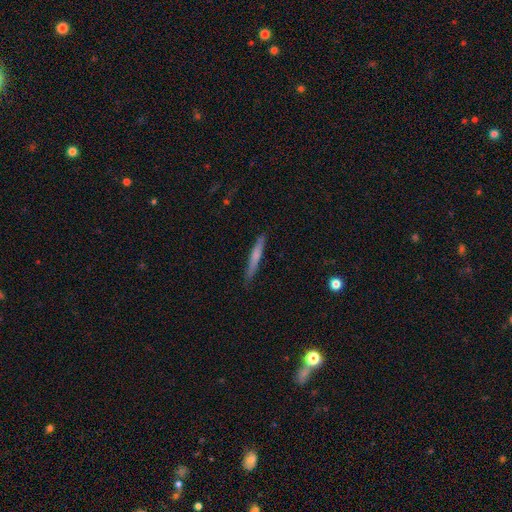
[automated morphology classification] A smooth galaxy with no disk features (61%) that is cigar-shaped (95%).

Vote fractions:
- Smooth or featured? smooth: 61% / featured or disk: 33% / star or artifact: 6%
- How rounded? cigar-shaped: 95% / in between: 3% / round: 1%
- Merging? none: 86% / minor disturbance: 11% / major disturbance: 2% / merger: 1%